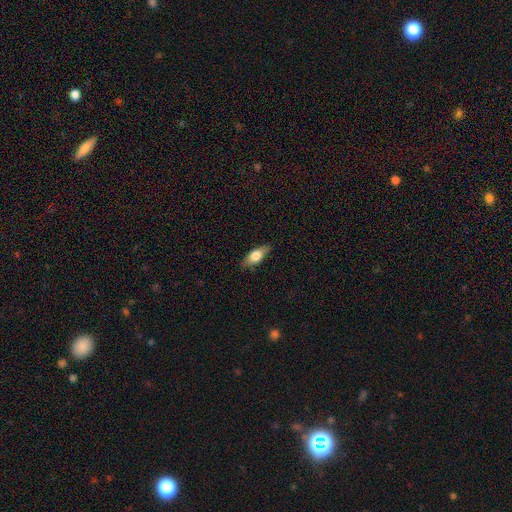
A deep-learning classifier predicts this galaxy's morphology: Overall: smooth (70%). How rounded: in between (76%). Merging: none (83%).